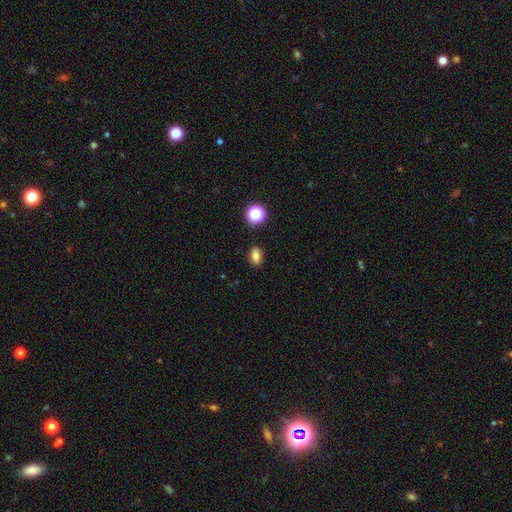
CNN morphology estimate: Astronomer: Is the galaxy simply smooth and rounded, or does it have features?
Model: smooth — 81%.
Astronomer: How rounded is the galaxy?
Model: in between — 76%.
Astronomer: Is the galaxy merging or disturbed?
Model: none — 87%.